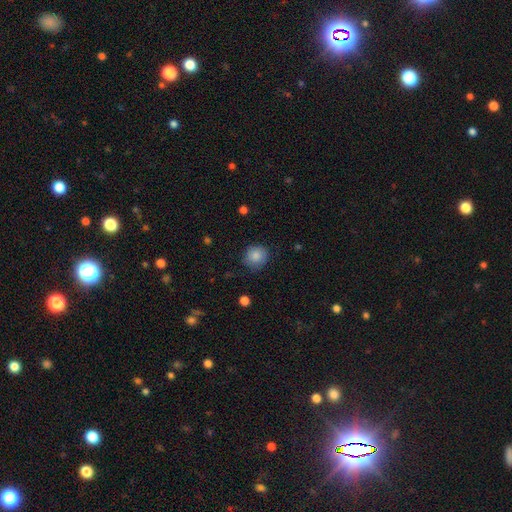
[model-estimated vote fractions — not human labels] A smooth galaxy with no disk features (86%) that is round (88%).

Vote fractions:
- Smooth or featured? smooth: 86% / star or artifact: 8% / featured or disk: 6%
- How rounded? round: 88% / in between: 11% / cigar-shaped: 1%
- Merging? none: 81% / minor disturbance: 15% / major disturbance: 3% / merger: 1%